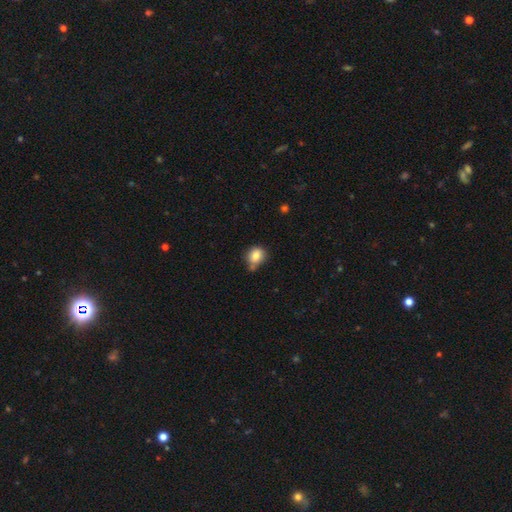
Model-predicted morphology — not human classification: Smooth or featured? Predicted: smooth (p=0.82). How rounded? Predicted: round (p=0.71). Merging? Predicted: none (p=0.54).